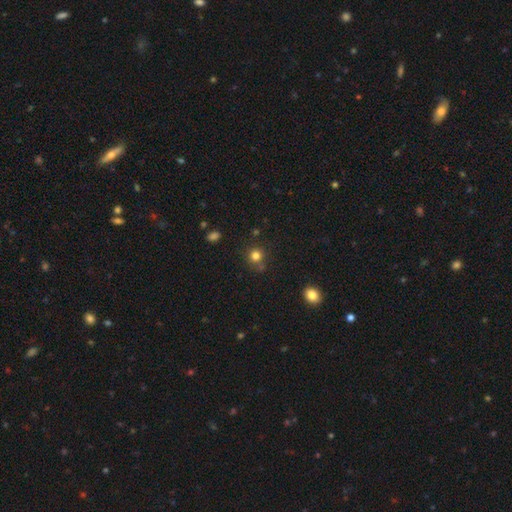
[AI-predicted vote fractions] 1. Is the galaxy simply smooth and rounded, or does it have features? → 79% smooth, 15% star or artifact, 6% featured or disk.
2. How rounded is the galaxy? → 91% round, 8% in between, 1% cigar-shaped.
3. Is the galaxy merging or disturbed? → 76% none, 11% minor disturbance, 9% merger, 4% major disturbance.